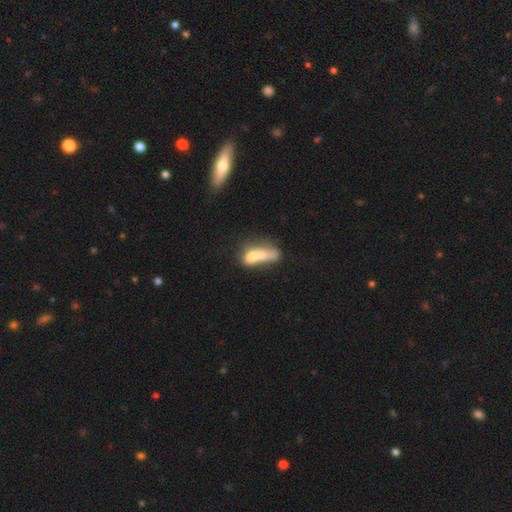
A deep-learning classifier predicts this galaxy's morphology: Q: Smooth or featured?
A: smooth (58%); runner-up: featured or disk (32%)
Q: How rounded?
A: in between (67%); runner-up: cigar-shaped (19%)
Q: Merging?
A: merger (66%); runner-up: none (14%)